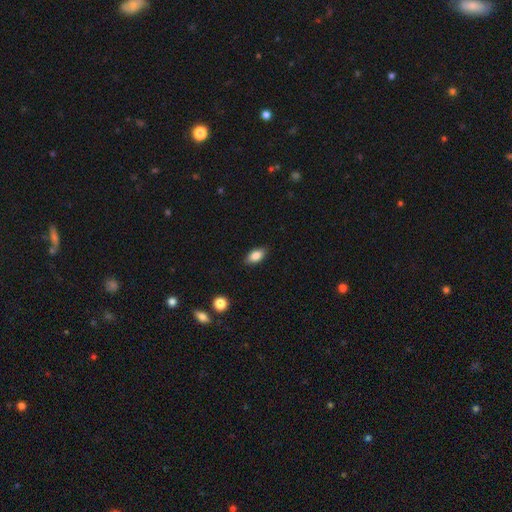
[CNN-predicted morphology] Overall: smooth (84%). How rounded: in between (90%). Merging: none (87%).